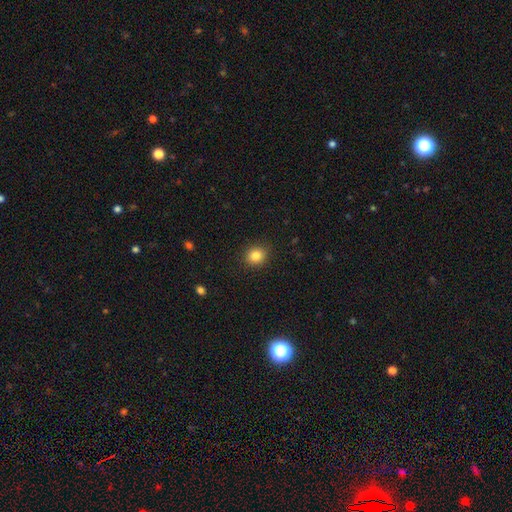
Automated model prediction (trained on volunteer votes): Smooth or featured? smooth (84%)
How rounded? round (77%)
Merging? none (89%)